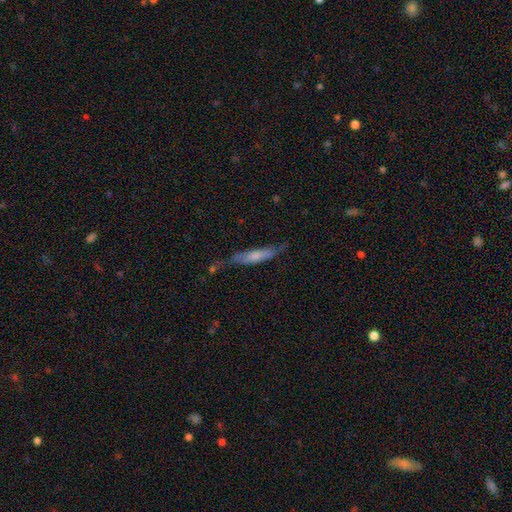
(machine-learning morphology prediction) A smooth galaxy with no disk features (54%) that is cigar-shaped (82%).

Vote fractions:
- Smooth or featured? smooth: 54% / featured or disk: 40% / star or artifact: 7%
- How rounded? cigar-shaped: 82% / in between: 17% / round: 2%
- Merging? none: 54% / minor disturbance: 28% / major disturbance: 13% / merger: 4%